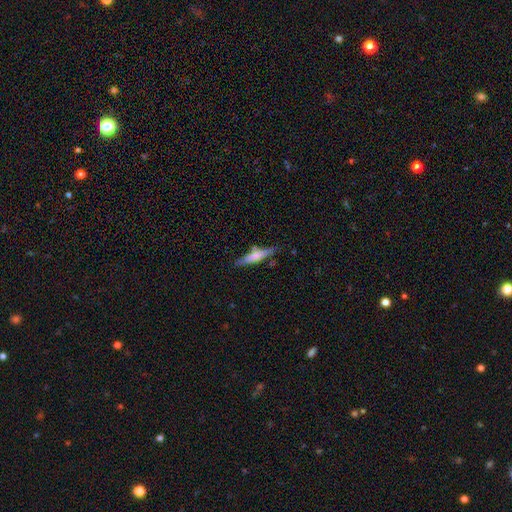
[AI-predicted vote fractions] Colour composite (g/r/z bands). It shows a smooth galaxy with no disk features (49%). Merging: none (78%).